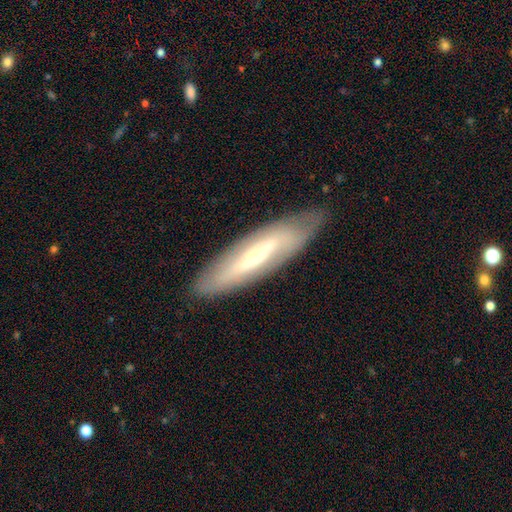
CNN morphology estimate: This appears to be a featured or disk galaxy (65%). Merging: none (81%).